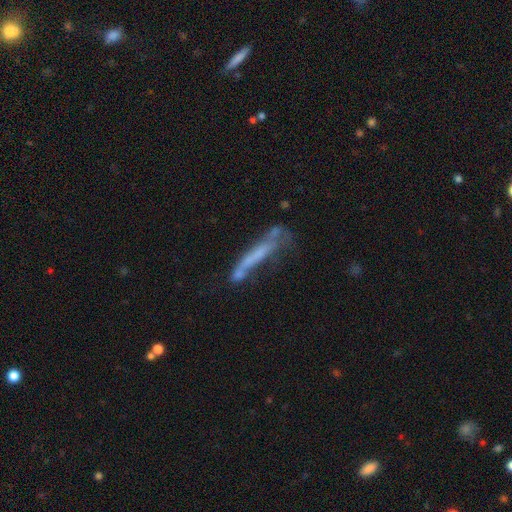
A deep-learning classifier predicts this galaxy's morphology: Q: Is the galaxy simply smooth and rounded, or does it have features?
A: featured or disk — 49%.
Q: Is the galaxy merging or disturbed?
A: none — 36%.